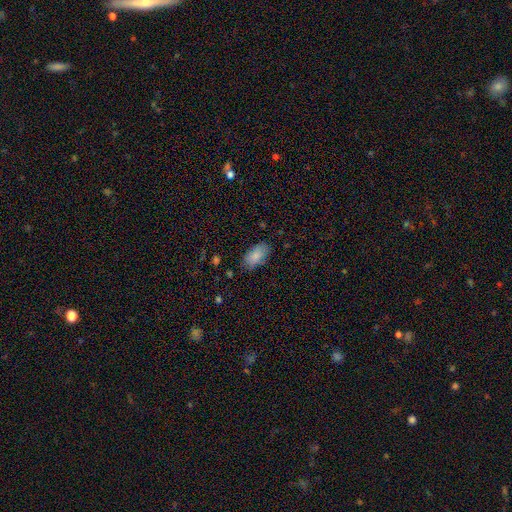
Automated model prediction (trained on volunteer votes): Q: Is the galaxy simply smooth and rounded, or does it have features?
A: smooth — 85%.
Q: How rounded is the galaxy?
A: in between — 94%.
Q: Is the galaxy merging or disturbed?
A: none — 80%.